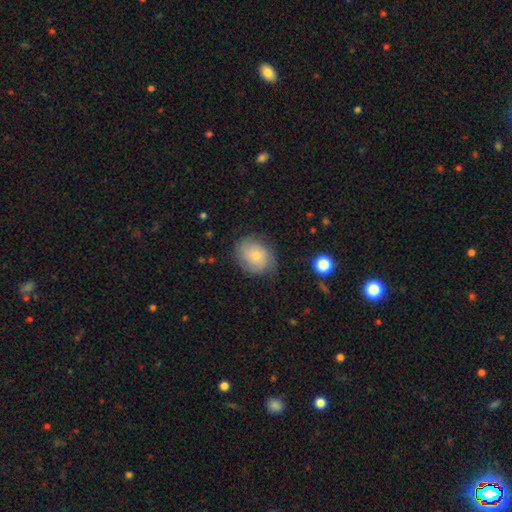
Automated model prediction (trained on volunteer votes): smooth_or_featured: smooth (p=0.67) [alt: featured or disk p=0.25]
how_rounded: round (p=0.52) [alt: in between p=0.47]
merging: none (p=0.71) [alt: minor disturbance p=0.21]